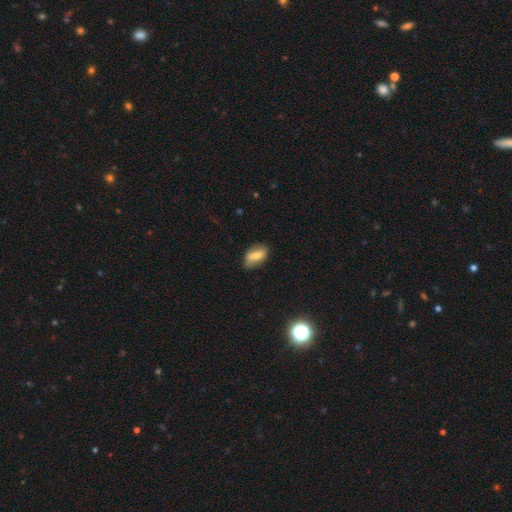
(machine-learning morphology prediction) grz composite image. It shows a smooth galaxy with no disk features (68%) that is in between round and cigar-shaped (84%). Merging: none (73%).